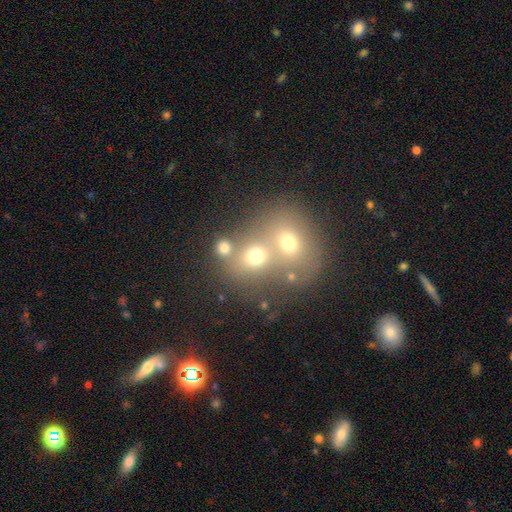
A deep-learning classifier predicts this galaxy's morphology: smooth 52%, featured or disk 25%, star or artifact 22%. Down the decision tree: how rounded — round (72%); merging — merger (64%).